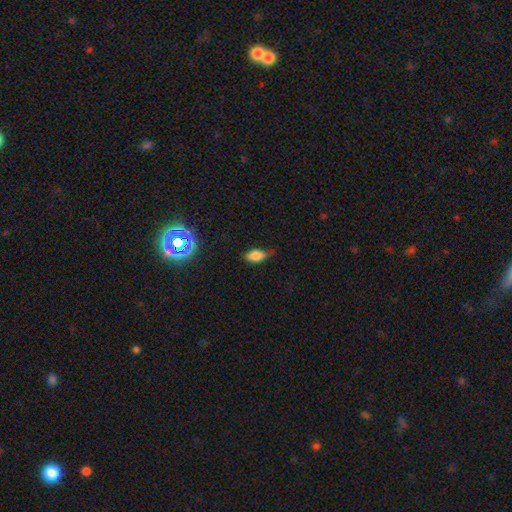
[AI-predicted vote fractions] This is likely a smooth galaxy (80%). How rounded: clearly in between (89%). Merging: possibly none (58%).